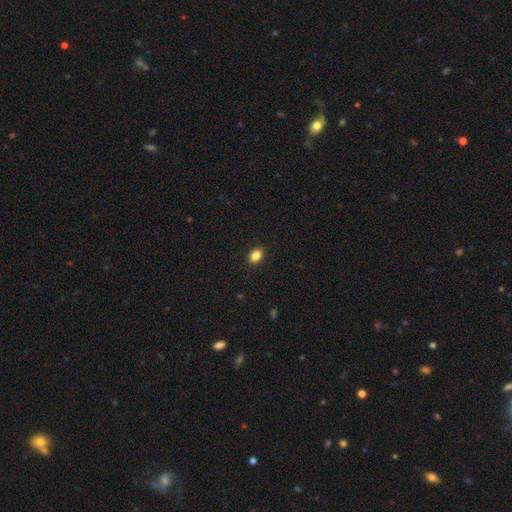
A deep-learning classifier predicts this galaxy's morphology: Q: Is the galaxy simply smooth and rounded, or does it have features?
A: smooth — 86%.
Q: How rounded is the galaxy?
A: in between — 70%.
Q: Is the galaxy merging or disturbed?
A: none — 90%.